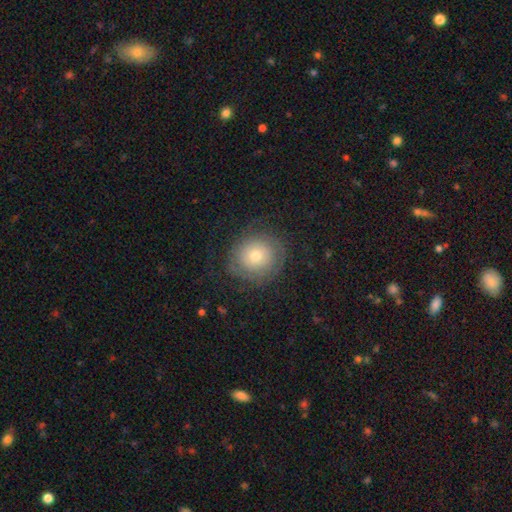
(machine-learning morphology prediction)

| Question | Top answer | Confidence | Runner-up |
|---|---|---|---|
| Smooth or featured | smooth | 47% | featured or disk (44%) |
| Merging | none | 74% | minor disturbance (15%) |